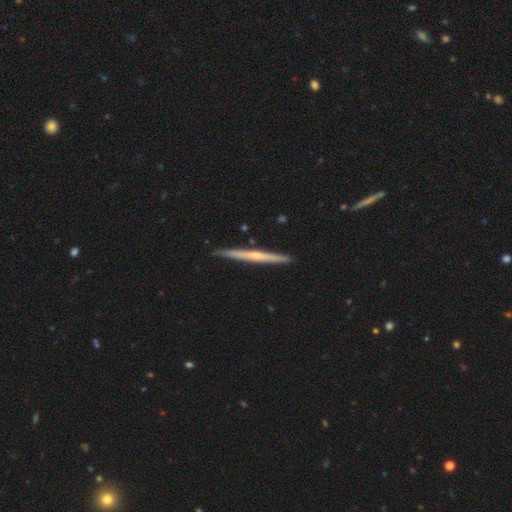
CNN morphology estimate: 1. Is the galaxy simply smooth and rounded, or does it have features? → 62% featured or disk, 33% smooth, 5% star or artifact.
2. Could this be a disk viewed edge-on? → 98% yes, 2% no.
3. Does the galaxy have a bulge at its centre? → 58% none, 37% rounded, 5% boxy.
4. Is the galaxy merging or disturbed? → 90% none, 7% minor disturbance, 1% merger, 1% major disturbance.